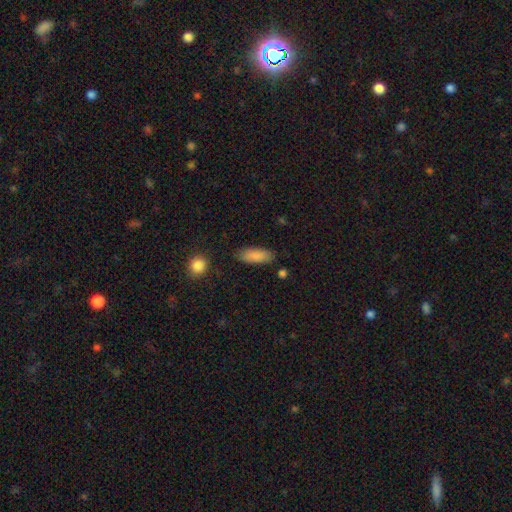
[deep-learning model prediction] Morphology: type=smooth (88%); roundness=in between (72%); merging=none (84%).